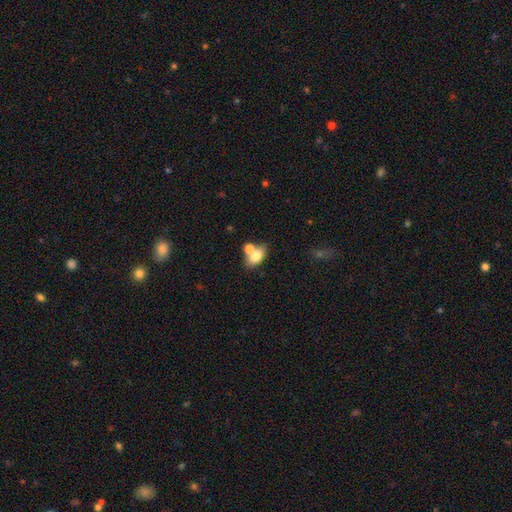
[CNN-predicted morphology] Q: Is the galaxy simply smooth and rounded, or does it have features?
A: smooth — 76%.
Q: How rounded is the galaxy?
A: in between — 85%.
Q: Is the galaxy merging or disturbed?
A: none — 46%.